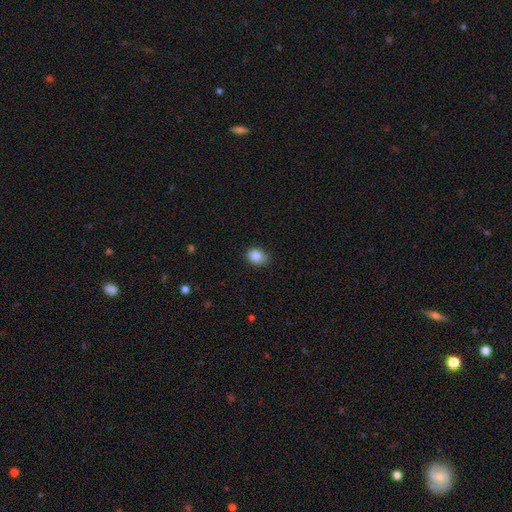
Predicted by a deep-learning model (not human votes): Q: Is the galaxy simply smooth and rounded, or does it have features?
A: smooth — 87%.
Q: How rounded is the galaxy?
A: in between — 53%.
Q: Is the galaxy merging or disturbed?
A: none — 77%.